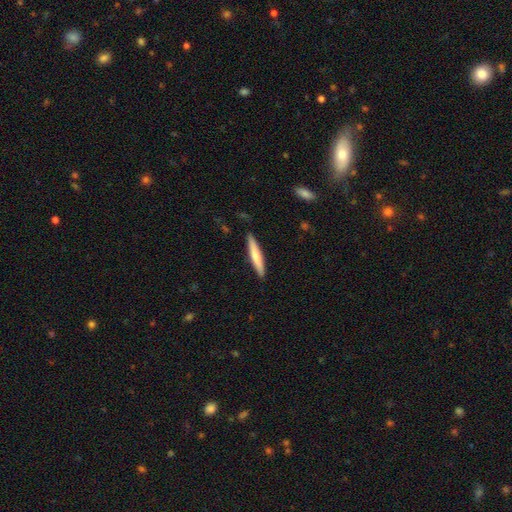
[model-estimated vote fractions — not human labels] smooth 65%, featured or disk 30%, star or artifact 5%. Down the decision tree: how rounded — cigar-shaped (93%); merging — none (90%).